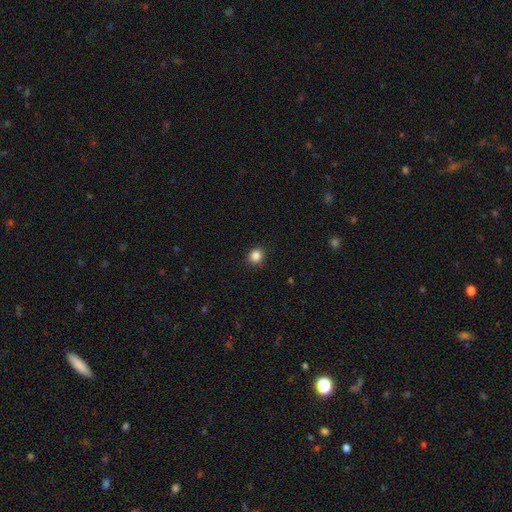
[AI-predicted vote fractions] Smooth or featured?
  - smooth: 86% *
  - star or artifact: 11%
  - featured or disk: 4%
How rounded?
  - round: 81% *
  - in between: 18%
  - cigar-shaped: 1%
Merging?
  - none: 91% *
  - minor disturbance: 6%
  - major disturbance: 2%
  - merger: 1%